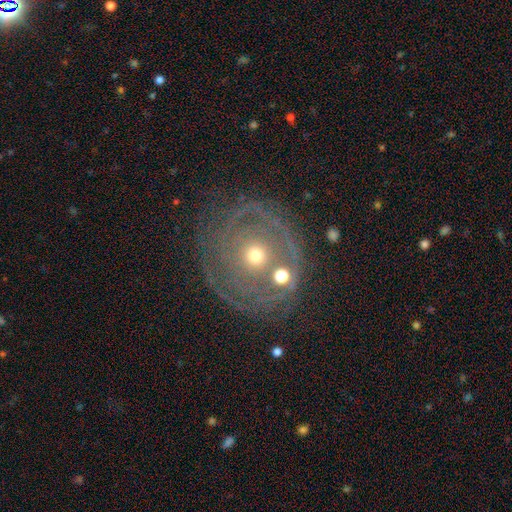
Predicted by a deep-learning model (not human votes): Morphology: type=featured or disk (66%); edge-on=no (96%); bar=no (87%); spiral arms=yes (60%); bulge=small (47%); merging=none (62%).